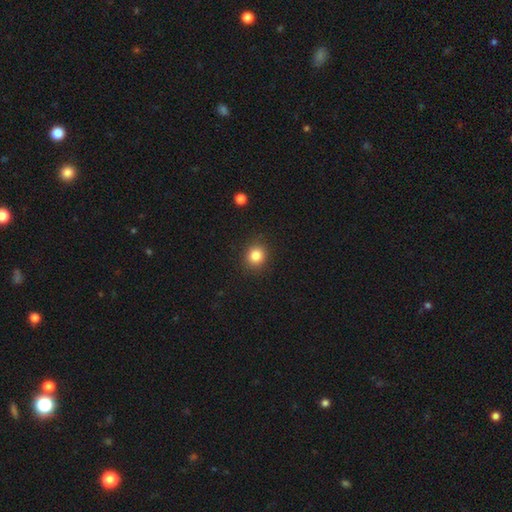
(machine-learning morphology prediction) Smooth or featured? smooth (84%)
How rounded? round (83%)
Merging? none (89%)